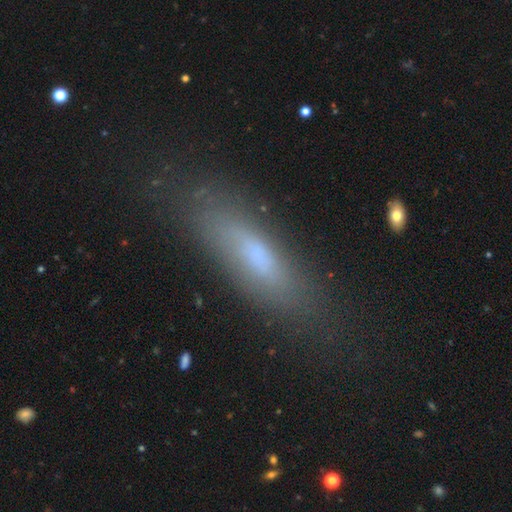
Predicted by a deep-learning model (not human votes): smooth-or-featured: smooth: 63% | featured or disk: 27% | star or artifact: 10%
  how-rounded: cigar-shaped: 59% | in between: 39% | round: 2%
  merging: none: 78% | minor disturbance: 15% | major disturbance: 5% | merger: 2%